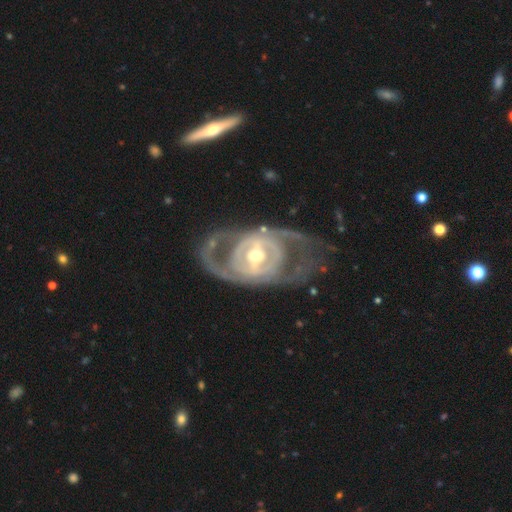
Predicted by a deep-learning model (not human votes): Smooth or featured?
  - featured or disk: 86% *
  - smooth: 9%
  - star or artifact: 4%
Edge-on disk?
  - no: 94% *
  - yes: 6%
Bar?
  - weak: 39% *
  - strong: 37%
  - no: 25%
Spiral arms?
  - yes: 76% *
  - no: 24%
Spiral winding?
  - tight: 43% *
  - medium: 39%
  - loose: 18%
Spiral arm count?
  - 2: 62% *
  - can't tell: 23%
  - 3: 6%
  - 1: 5%
  - 4: 3%
  - more than 4: 2%
Bulge size?
  - moderate: 67% *
  - small: 21%
  - large: 10%
  - dominant: 1%
  - none: 1%
Merging?
  - none: 60% *
  - major disturbance: 21%
  - minor disturbance: 17%
  - merger: 3%